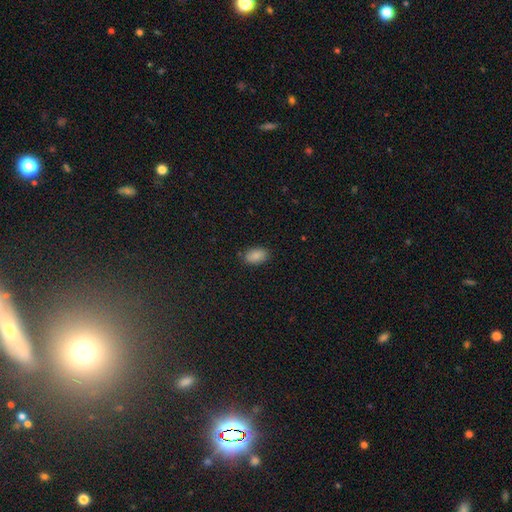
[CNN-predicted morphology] smooth 87%, star or artifact 9%, featured or disk 5%. Down the decision tree: how rounded — in between (92%); merging — none (85%).